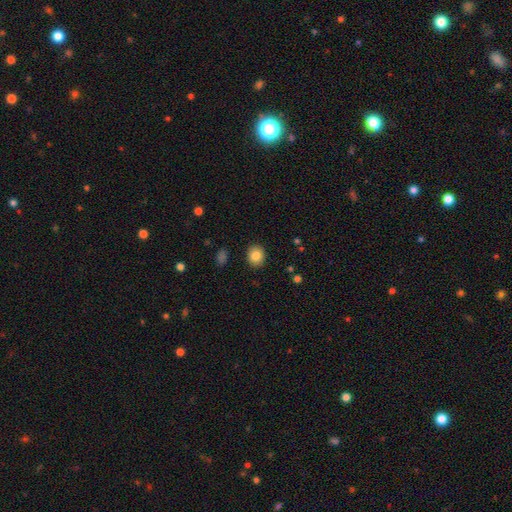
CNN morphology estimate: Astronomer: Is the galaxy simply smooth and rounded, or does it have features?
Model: smooth — 85%.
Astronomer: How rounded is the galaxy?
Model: round — 66%.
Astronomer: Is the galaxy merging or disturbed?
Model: none — 89%.